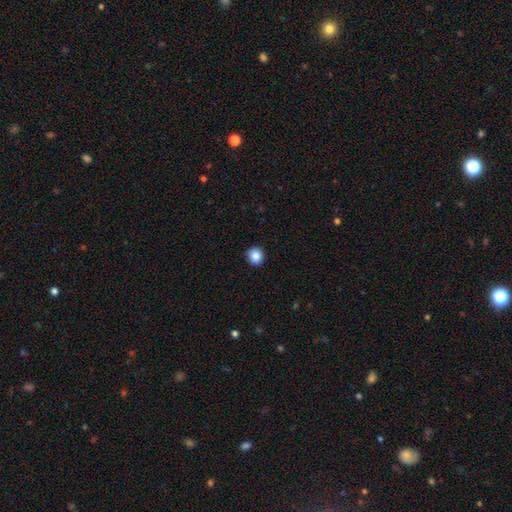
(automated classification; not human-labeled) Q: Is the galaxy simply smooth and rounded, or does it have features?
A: smooth — 86%.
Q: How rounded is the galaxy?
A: round — 88%.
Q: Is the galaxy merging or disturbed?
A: none — 90%.